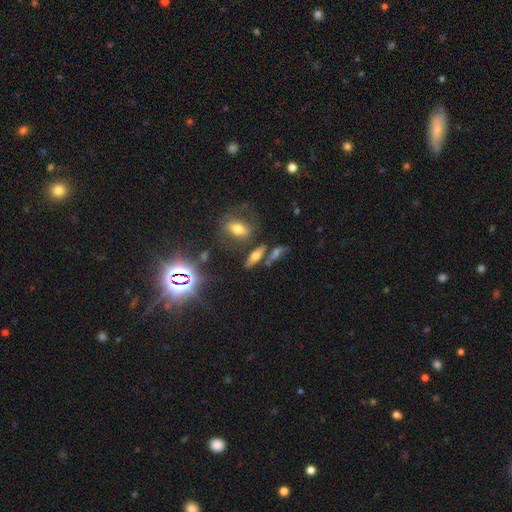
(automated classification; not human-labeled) Smooth or featured? Predicted: smooth (p=0.43). Merging? Predicted: none (p=0.67).